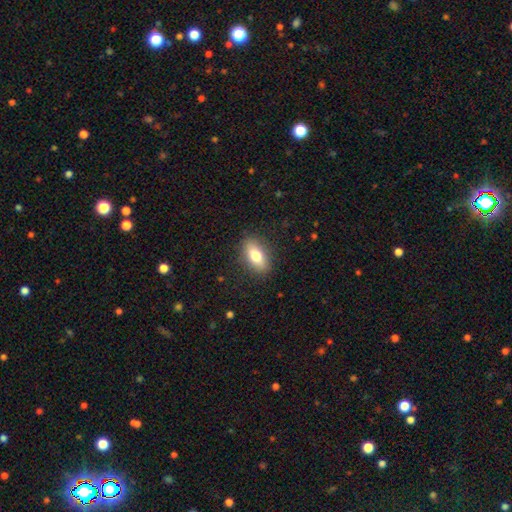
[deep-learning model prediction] A smooth galaxy with no disk features (76%) that is in between round and cigar-shaped (85%).

Vote fractions:
- Smooth or featured? smooth: 76% / featured or disk: 16% / star or artifact: 8%
- How rounded? in between: 85% / cigar-shaped: 8% / round: 7%
- Merging? none: 87% / minor disturbance: 9% / major disturbance: 3% / merger: 1%